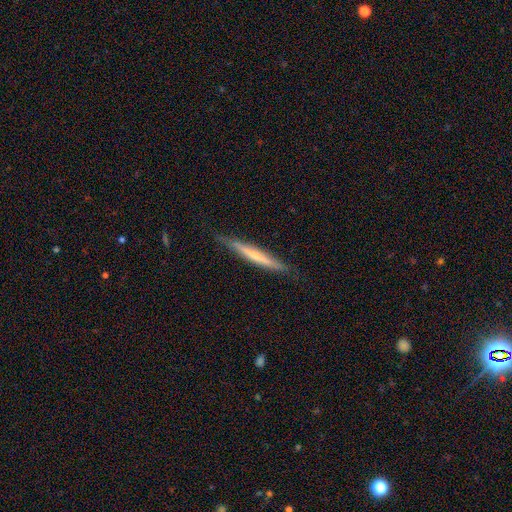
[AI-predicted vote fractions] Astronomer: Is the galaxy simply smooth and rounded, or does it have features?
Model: featured or disk — 51% (runner-up: smooth, 43%).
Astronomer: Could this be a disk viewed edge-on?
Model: yes — 95%.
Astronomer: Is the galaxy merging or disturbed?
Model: none — 83%.